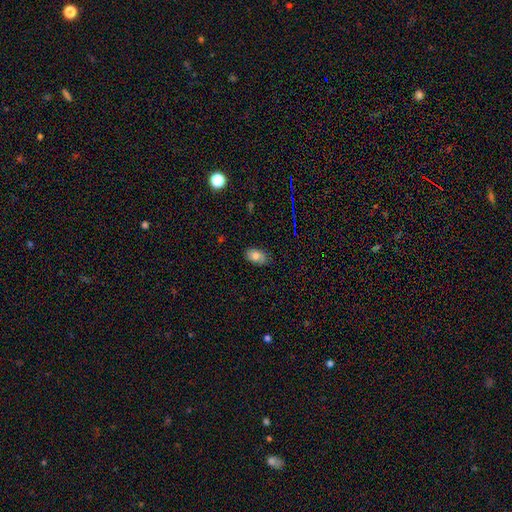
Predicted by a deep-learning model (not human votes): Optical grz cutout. It shows a smooth galaxy with no disk features (77%) that is in between round and cigar-shaped (90%). Merging: none (77%).